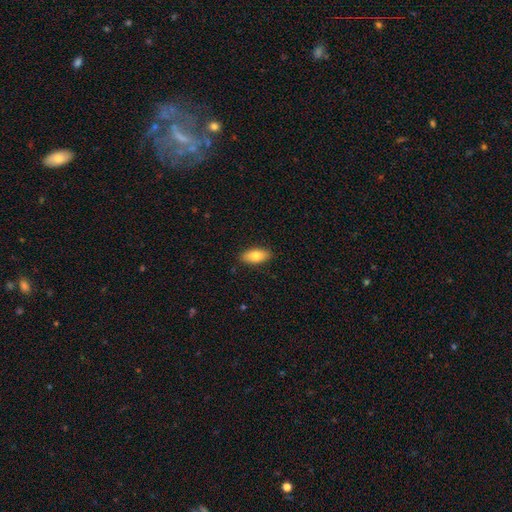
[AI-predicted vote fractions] smooth 78%, featured or disk 15%, star or artifact 6%. Down the decision tree: how rounded — in between (86%); merging — none (88%).